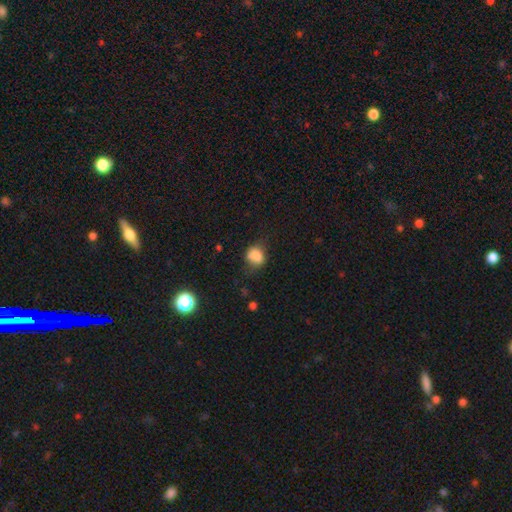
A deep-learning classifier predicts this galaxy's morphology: Smooth or featured: smooth — 80% (star or artifact — 10%)
How rounded: round — 50% (in between — 49%)
Merging: none — 55% (minor disturbance — 30%)